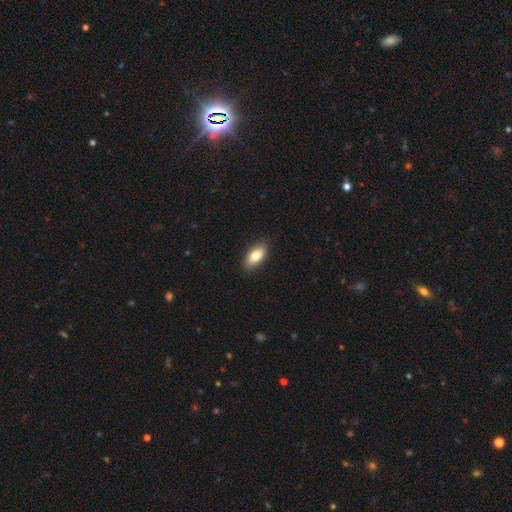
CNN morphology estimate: This is clearly a smooth galaxy (82%). How rounded: clearly in between (90%). Merging: clearly none (87%).